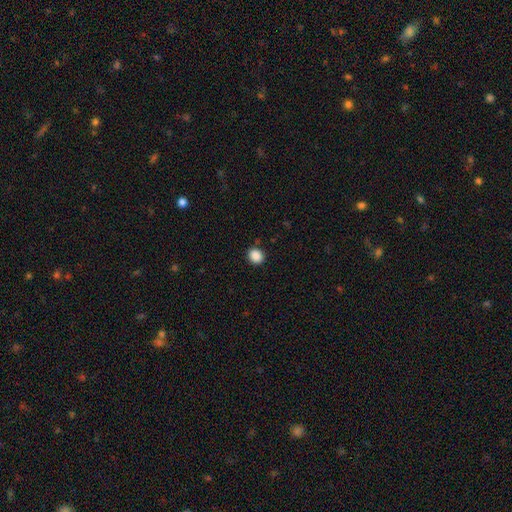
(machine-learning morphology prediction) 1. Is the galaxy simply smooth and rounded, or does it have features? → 88% smooth, 10% star or artifact, 3% featured or disk.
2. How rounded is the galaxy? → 76% round, 24% in between, 1% cigar-shaped.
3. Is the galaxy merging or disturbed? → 88% none, 8% minor disturbance, 2% major disturbance, 2% merger.